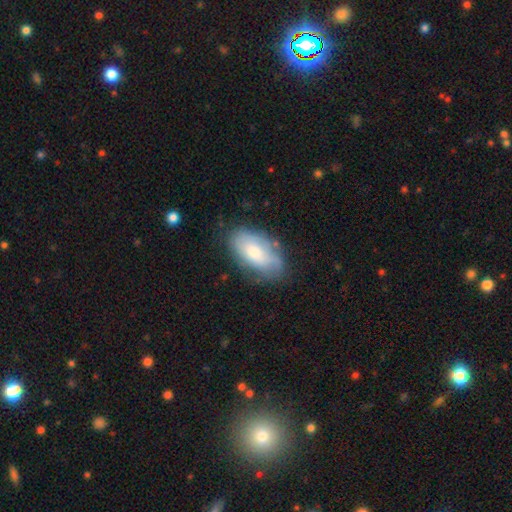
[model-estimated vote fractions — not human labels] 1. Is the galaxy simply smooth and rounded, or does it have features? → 62% smooth, 32% featured or disk, 7% star or artifact.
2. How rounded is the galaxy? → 93% in between, 5% round, 2% cigar-shaped.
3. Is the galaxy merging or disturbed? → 62% none, 26% minor disturbance, 9% major disturbance, 3% merger.